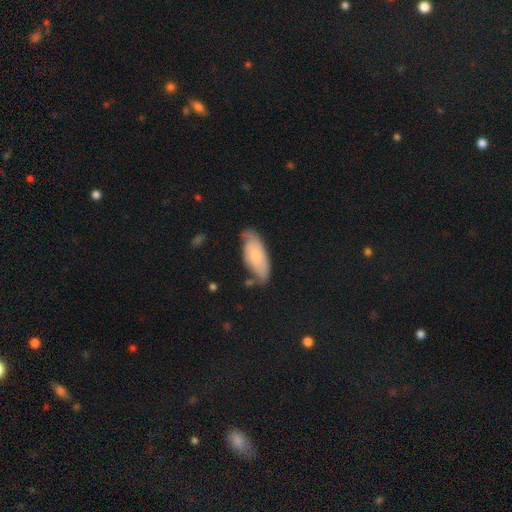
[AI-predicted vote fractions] Q: Smooth or featured?
A: smooth (59%); runner-up: featured or disk (34%)
Q: How rounded?
A: in between (83%); runner-up: cigar-shaped (16%)
Q: Merging?
A: none (57%); runner-up: minor disturbance (31%)